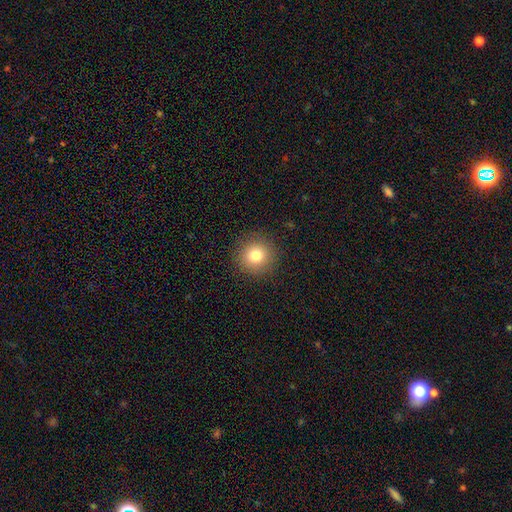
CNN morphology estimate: Smooth or featured: smooth — 80% (star or artifact — 12%)
How rounded: round — 93% (in between — 6%)
Merging: none — 90% (minor disturbance — 6%)